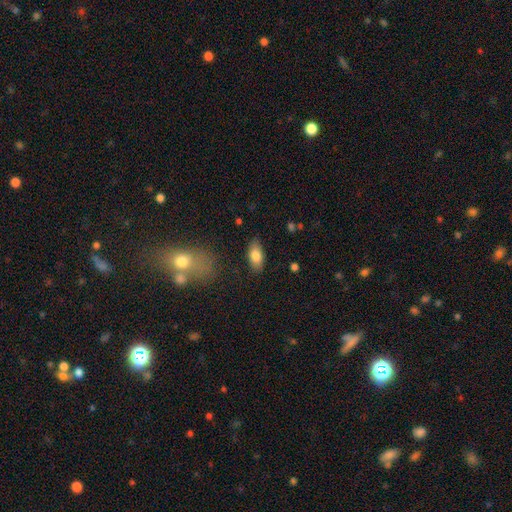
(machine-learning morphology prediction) Q: Smooth or featured?
A: smooth (80%); runner-up: featured or disk (13%)
Q: How rounded?
A: in between (89%); runner-up: cigar-shaped (8%)
Q: Merging?
A: none (84%); runner-up: minor disturbance (11%)